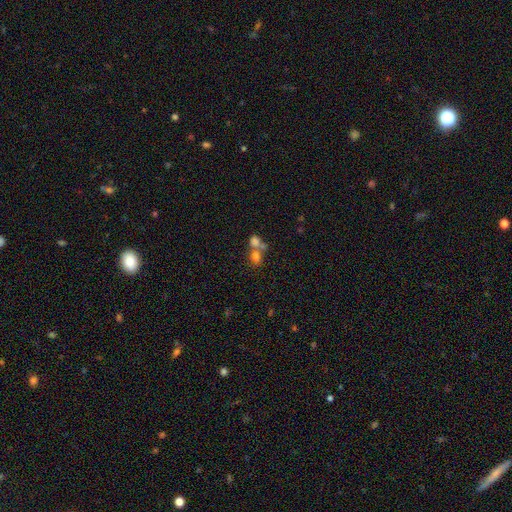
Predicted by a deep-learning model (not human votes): Morphology: type=smooth (56%); roundness=round (68%); merging=merger (48%).